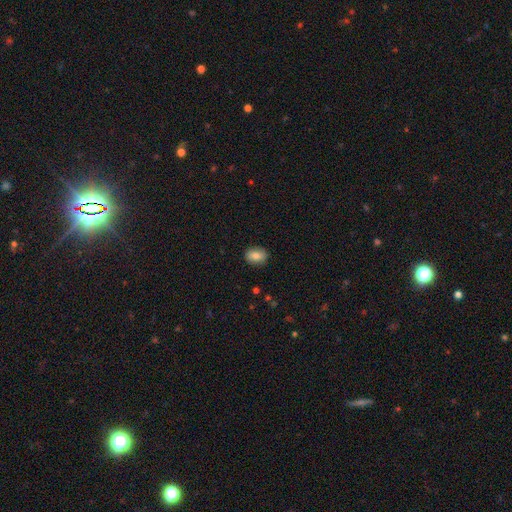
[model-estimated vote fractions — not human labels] Smooth or featured? Predicted: smooth (p=0.78). How rounded? Predicted: in between (p=0.61). Merging? Predicted: none (p=0.88).